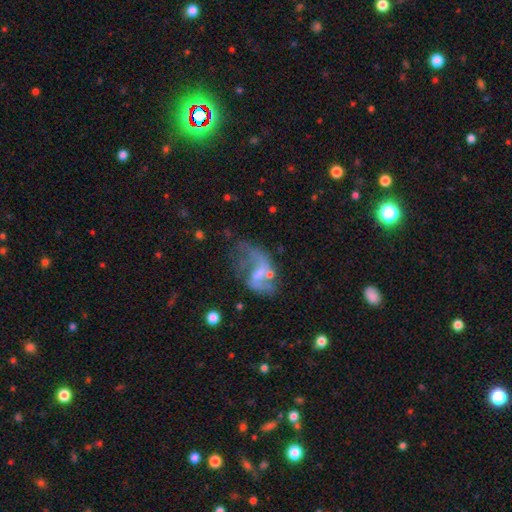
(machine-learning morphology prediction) Q: Smooth or featured?
A: featured or disk (58%); runner-up: star or artifact (24%)
Q: Edge-on disk?
A: no (95%); runner-up: yes (5%)
Q: Bar?
A: no (52%); runner-up: weak (36%)
Q: Spiral arms?
A: yes (69%); runner-up: no (31%)
Q: Bulge size?
A: small (48%); runner-up: none (25%)
Q: Merging?
A: none (40%); runner-up: major disturbance (32%)